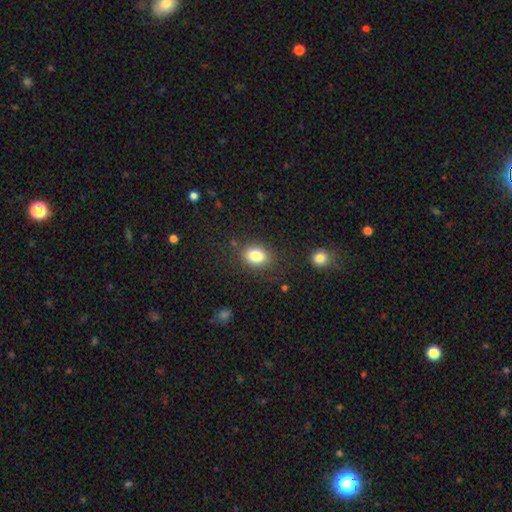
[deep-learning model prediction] A smooth galaxy with no disk features (83%) that is in between round and cigar-shaped (61%). Merging: none (82%).